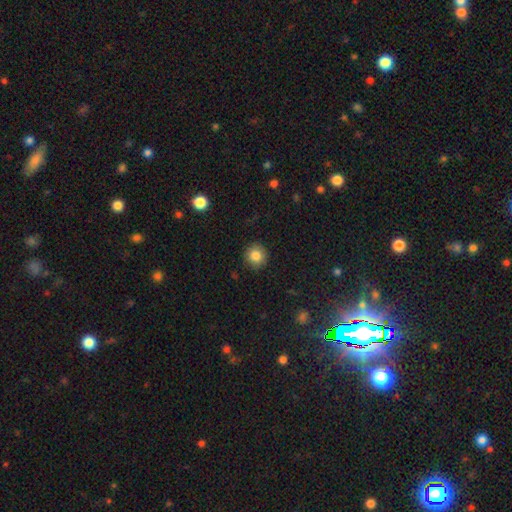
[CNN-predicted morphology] Smooth or featured? Predicted: smooth (p=0.84). How rounded? Predicted: round (p=0.90). Merging? Predicted: none (p=0.89).